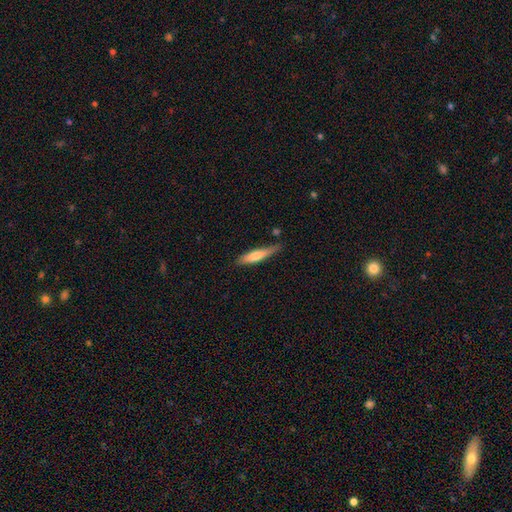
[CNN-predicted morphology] This is likely a smooth galaxy (63%). How rounded: clearly cigar-shaped (84%). Merging: likely none (71%).